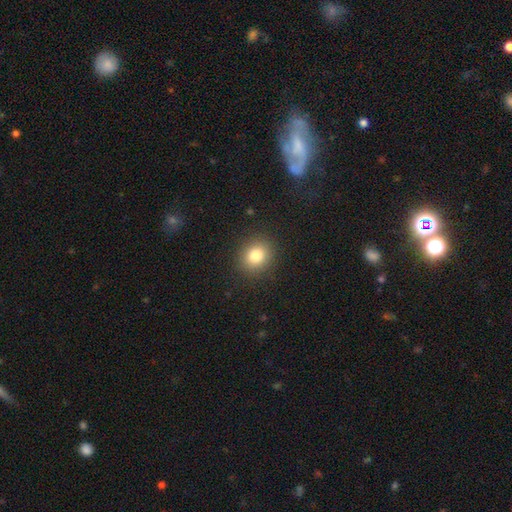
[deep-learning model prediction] A smooth galaxy with no disk features (80%) that is round (77%). Merging: none (90%).